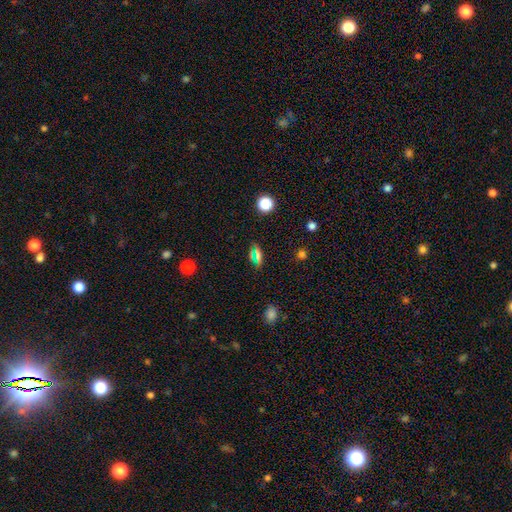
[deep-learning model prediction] Smooth or featured: smooth — 53% (star or artifact — 31%)
How rounded: in between — 61% (round — 20%)
Merging: none — 84% (minor disturbance — 10%)